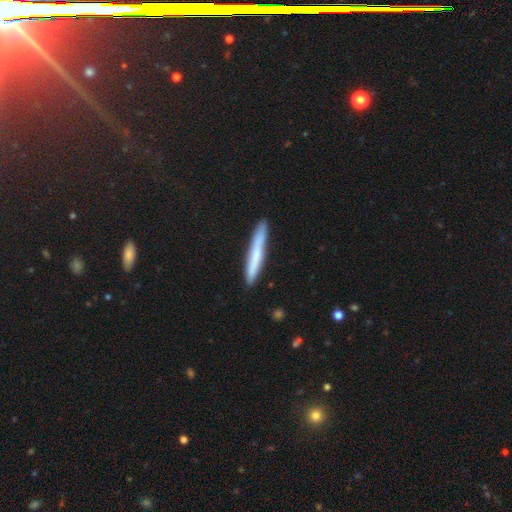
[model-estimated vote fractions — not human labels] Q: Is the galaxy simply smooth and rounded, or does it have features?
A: smooth — 65%.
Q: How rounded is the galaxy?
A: cigar-shaped — 96%.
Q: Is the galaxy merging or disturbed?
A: none — 87%.